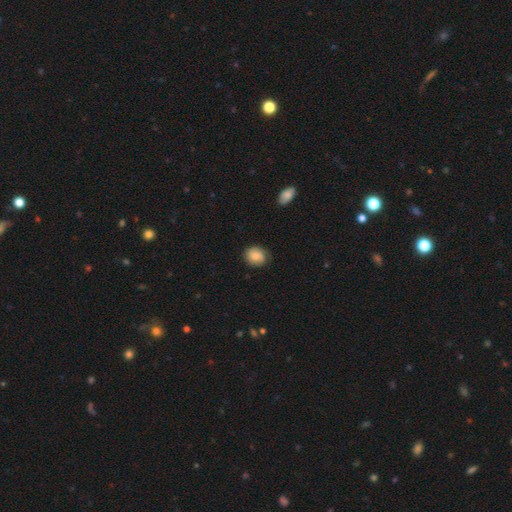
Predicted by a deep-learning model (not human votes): Q: Smooth or featured?
A: smooth (78%); runner-up: featured or disk (14%)
Q: How rounded?
A: round (64%); runner-up: in between (36%)
Q: Merging?
A: none (75%); runner-up: minor disturbance (20%)